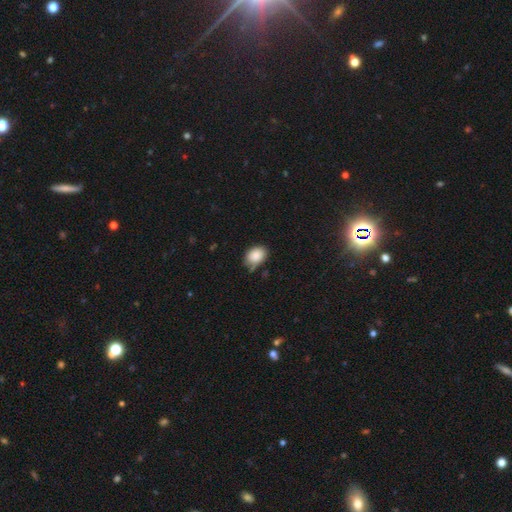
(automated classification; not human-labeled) smooth 87%, star or artifact 8%, featured or disk 5%. Down the decision tree: how rounded — in between (68%); merging — none (59%).